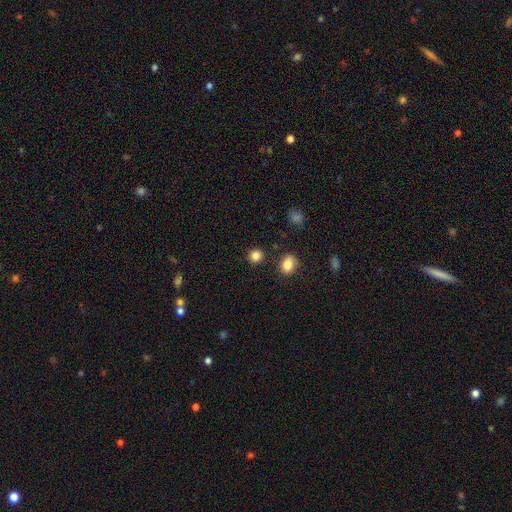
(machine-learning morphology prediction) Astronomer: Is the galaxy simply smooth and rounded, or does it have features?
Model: smooth — 85%.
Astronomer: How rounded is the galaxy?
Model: round — 86%.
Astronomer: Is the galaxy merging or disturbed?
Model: none — 87%.